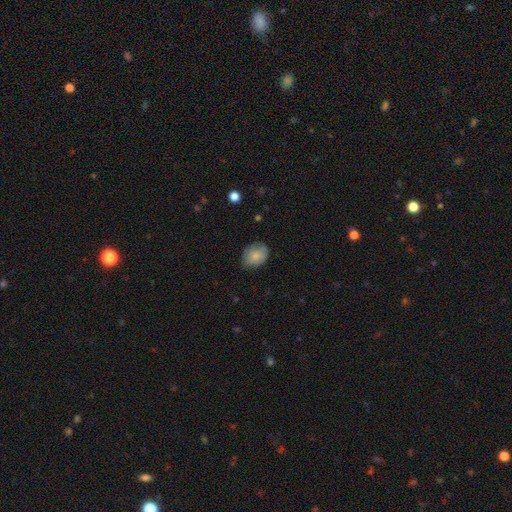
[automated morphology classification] smooth-or-featured: smooth: 77% | featured or disk: 16% | star or artifact: 7%
  how-rounded: in between: 58% | round: 41% | cigar-shaped: 1%
  merging: none: 73% | minor disturbance: 21% | major disturbance: 5% | merger: 1%